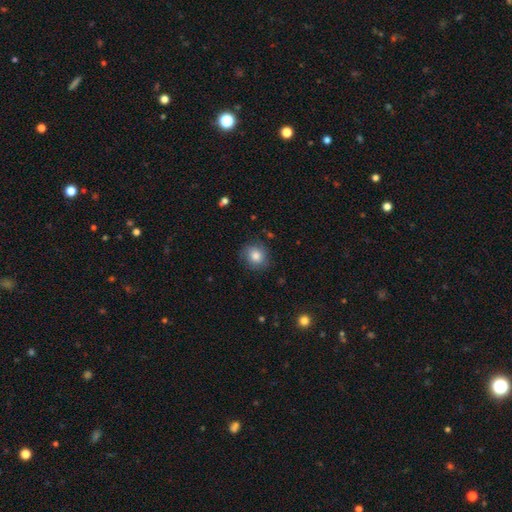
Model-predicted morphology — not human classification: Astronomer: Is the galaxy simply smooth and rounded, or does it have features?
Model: smooth — 78%.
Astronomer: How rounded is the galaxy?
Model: round — 78%.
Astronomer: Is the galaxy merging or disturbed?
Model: none — 80%.